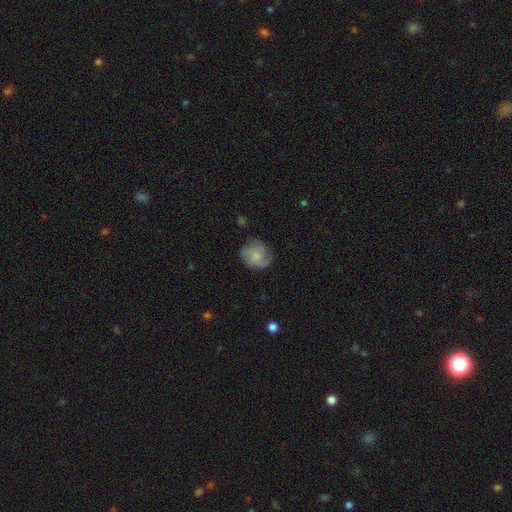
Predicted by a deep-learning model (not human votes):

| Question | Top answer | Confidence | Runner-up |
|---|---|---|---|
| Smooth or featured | smooth | 70% | featured or disk (22%) |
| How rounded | round | 77% | in between (22%) |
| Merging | none | 71% | minor disturbance (21%) |